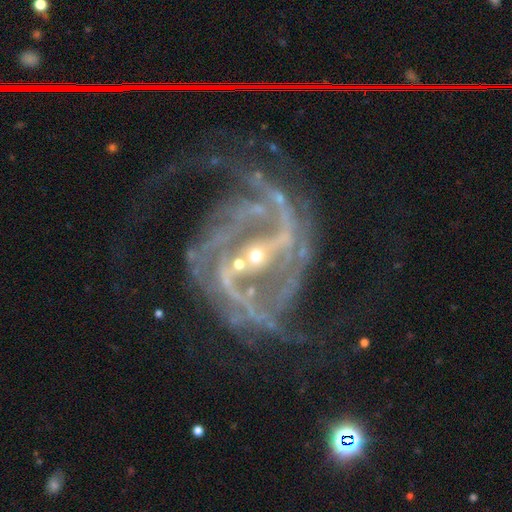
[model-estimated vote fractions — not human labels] A featured or disk galaxy (91%) with a strong bar (69%), 2 (53%) medium (47%) spiral arms (97%) and a small central bulge (76%).

Vote fractions:
- Smooth or featured? featured or disk: 91% / star or artifact: 7% / smooth: 2%
- Edge-on disk? no: 97% / yes: 3%
- Bar? strong: 69% / weak: 22% / no: 9%
- Spiral arms? yes: 97% / no: 3%
- Spiral winding? medium: 47% / loose: 30% / tight: 23%
- Spiral arm count? 2: 53% / 3: 14% / can't tell: 11% / 4: 8% / 1: 7% / more than 4: 7%
- Bulge size? small: 76% / moderate: 20% / none: 2% / large: 1% / dominant: 1%
- Merging? none: 46% / major disturbance: 31% / minor disturbance: 19% / merger: 4%